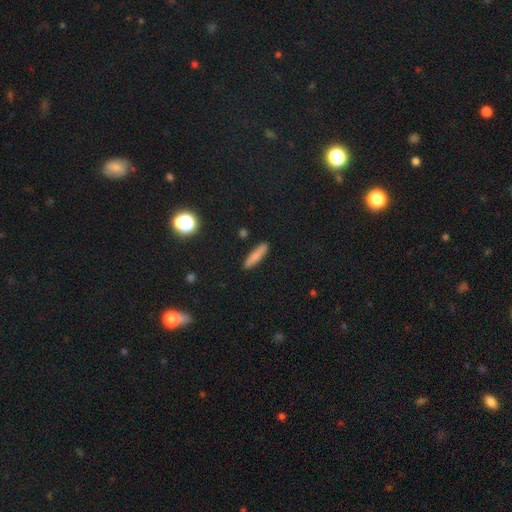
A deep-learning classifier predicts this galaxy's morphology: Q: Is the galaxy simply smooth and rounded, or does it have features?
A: smooth — 79%.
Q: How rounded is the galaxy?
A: cigar-shaped — 81%.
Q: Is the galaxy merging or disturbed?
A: none — 89%.